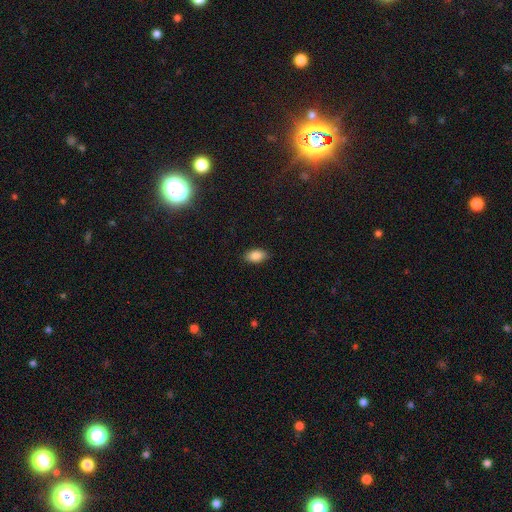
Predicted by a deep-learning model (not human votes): A smooth galaxy with no disk features (87%) that is in between round and cigar-shaped (92%). Merging: none (88%).